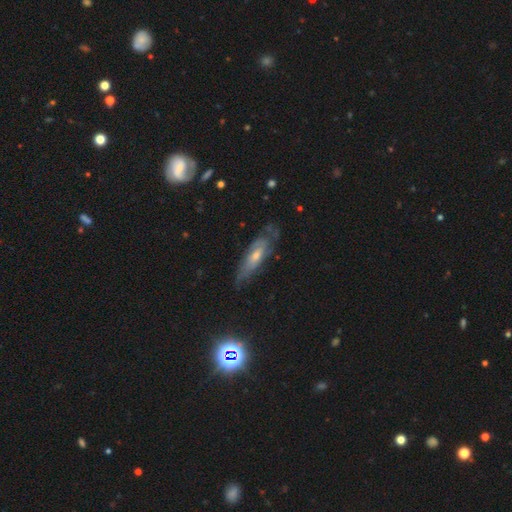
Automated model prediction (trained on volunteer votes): This appears to be a featured or disk galaxy (64%). Merging: none (62%).